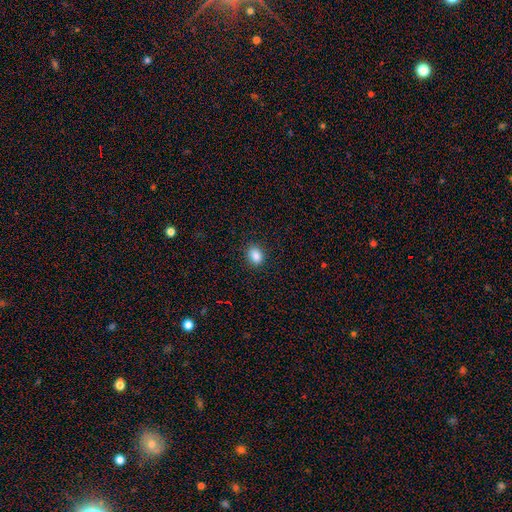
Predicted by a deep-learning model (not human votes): Smooth or featured: smooth — 87% (star or artifact — 10%)
How rounded: in between — 56% (round — 43%)
Merging: none — 88% (minor disturbance — 9%)